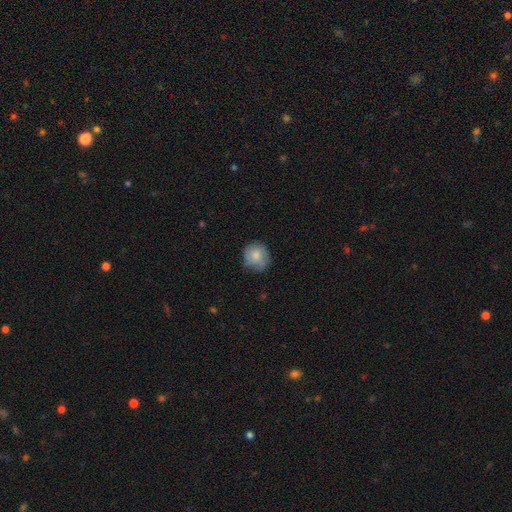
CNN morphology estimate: Q: Smooth or featured?
A: smooth (77%); runner-up: featured or disk (15%)
Q: How rounded?
A: round (87%); runner-up: in between (12%)
Q: Merging?
A: none (68%); runner-up: minor disturbance (25%)